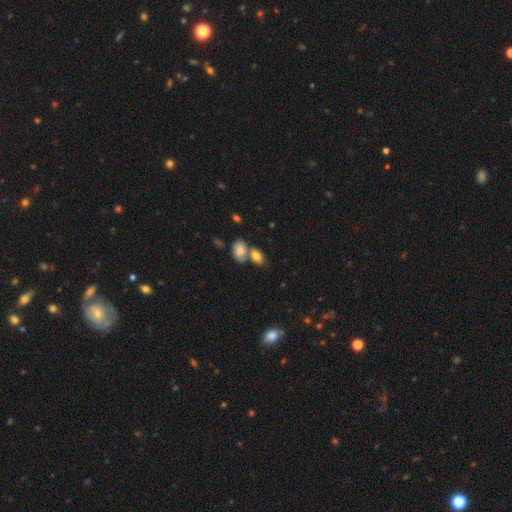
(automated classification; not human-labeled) Smooth or featured? smooth (79%)
How rounded? in between (85%)
Merging? merger (46%)